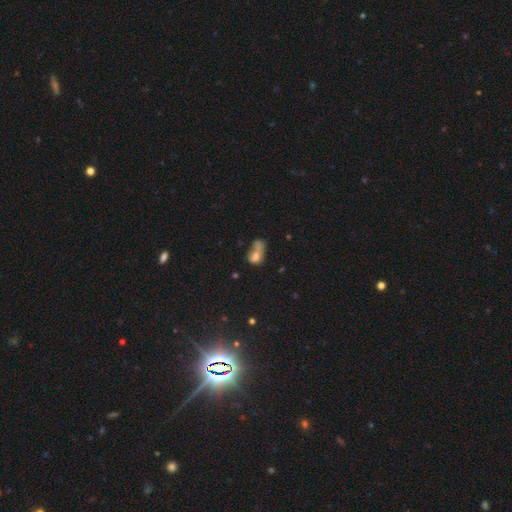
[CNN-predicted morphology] Smooth or featured?
  - smooth: 63% *
  - featured or disk: 23%
  - star or artifact: 14%
How rounded?
  - in between: 72% *
  - round: 25%
  - cigar-shaped: 3%
Merging?
  - merger: 50% *
  - none: 19%
  - major disturbance: 18%
  - minor disturbance: 13%